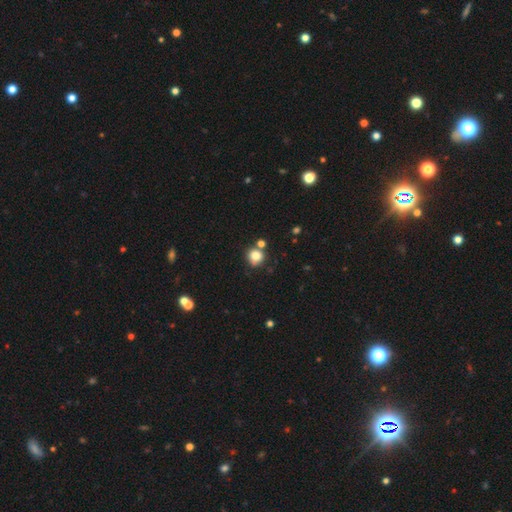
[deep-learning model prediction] The model was most divided on "merging": none: 70%, merger: 15%, minor disturbance: 12%, major disturbance: 3%. More confident: how rounded — round (89%); smooth or featured — smooth (81%).